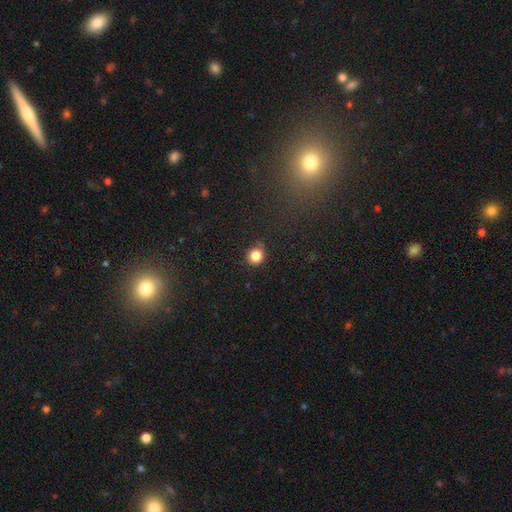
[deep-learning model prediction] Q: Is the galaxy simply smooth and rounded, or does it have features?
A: smooth — 84%.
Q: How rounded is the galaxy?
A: round — 87%.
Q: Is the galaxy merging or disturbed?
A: none — 82%.